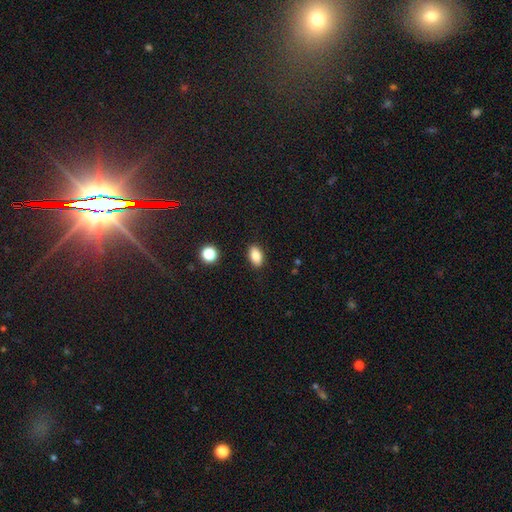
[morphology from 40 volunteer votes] A smooth galaxy with no disk features (82%) that is in between round and cigar-shaped (91%).

Vote fractions:
- Smooth or featured? smooth: 82% / star or artifact: 12% / featured or disk: 5%
- How rounded? in between: 91% / round: 9% / cigar-shaped: 0%
- Merging? none: 89% / minor disturbance: 11% / major disturbance: 0% / merger: 0%